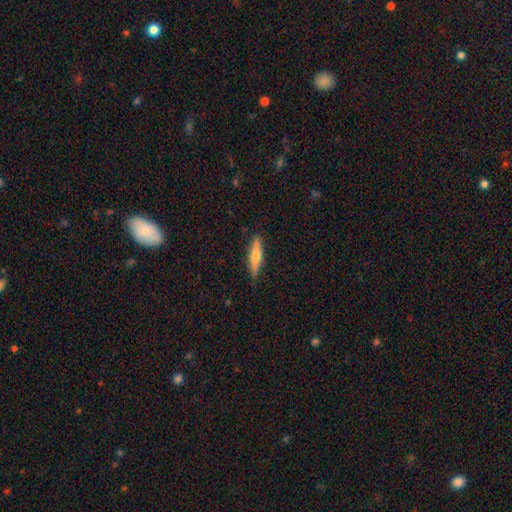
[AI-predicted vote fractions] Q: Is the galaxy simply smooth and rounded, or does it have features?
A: smooth — 49%.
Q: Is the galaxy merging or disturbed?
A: none — 88%.